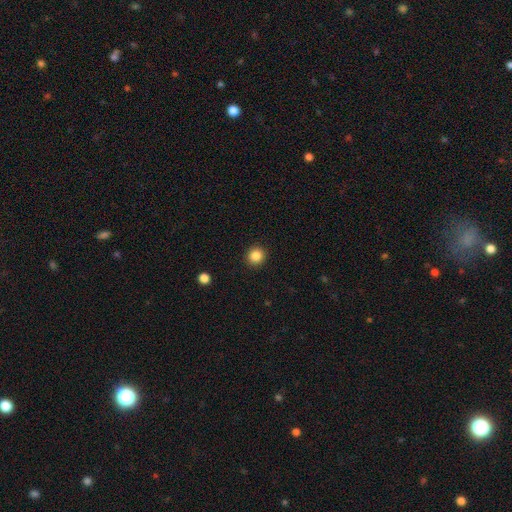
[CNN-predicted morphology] smooth 85%, star or artifact 11%, featured or disk 4%. Down the decision tree: how rounded — round (92%); merging — none (92%).